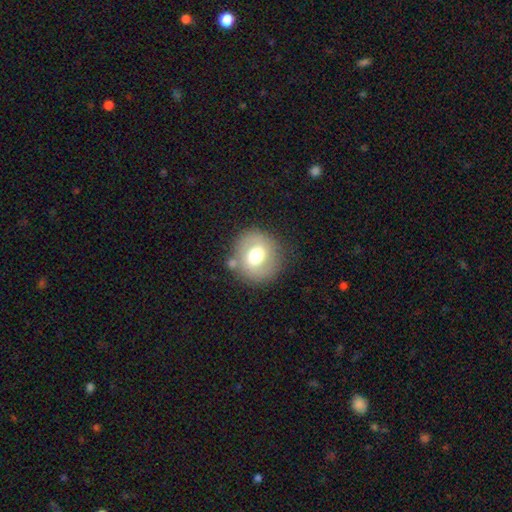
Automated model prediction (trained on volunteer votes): A smooth galaxy with no disk features (64%) that is round (87%). Merging: none (76%).